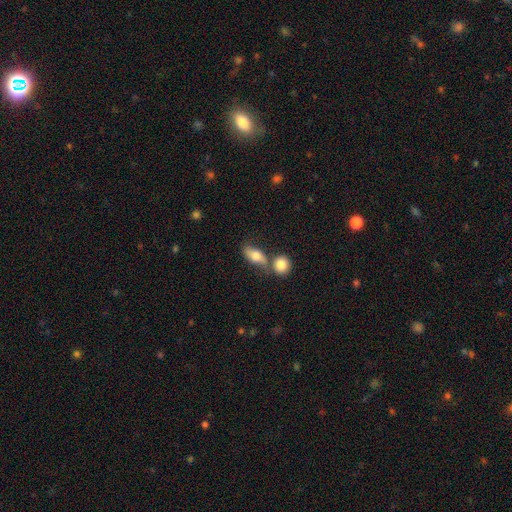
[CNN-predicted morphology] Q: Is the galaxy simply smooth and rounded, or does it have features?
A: smooth — 72%.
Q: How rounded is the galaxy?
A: in between — 79%.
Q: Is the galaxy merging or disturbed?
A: none — 50%.